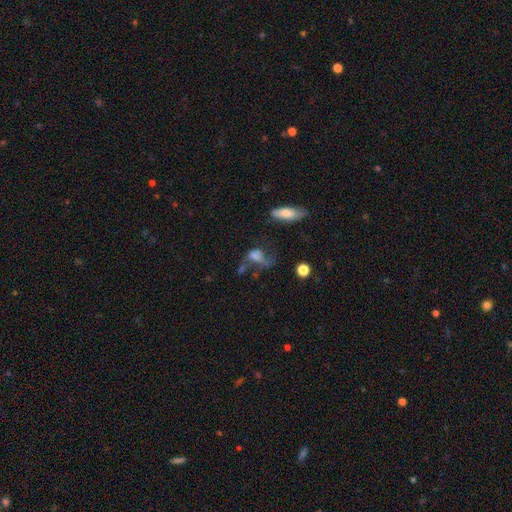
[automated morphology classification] type=smooth (55%); roundness=in between (76%); merging=major disturbance (41%).